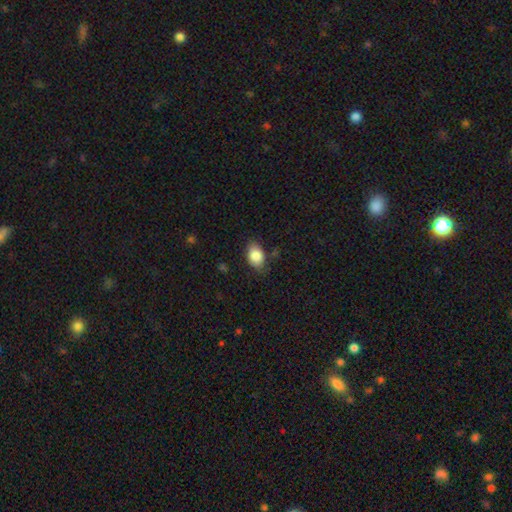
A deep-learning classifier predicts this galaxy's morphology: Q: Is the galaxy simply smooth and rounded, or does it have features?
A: smooth — 86%.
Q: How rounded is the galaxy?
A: in between — 83%.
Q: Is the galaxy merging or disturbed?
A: none — 78%.